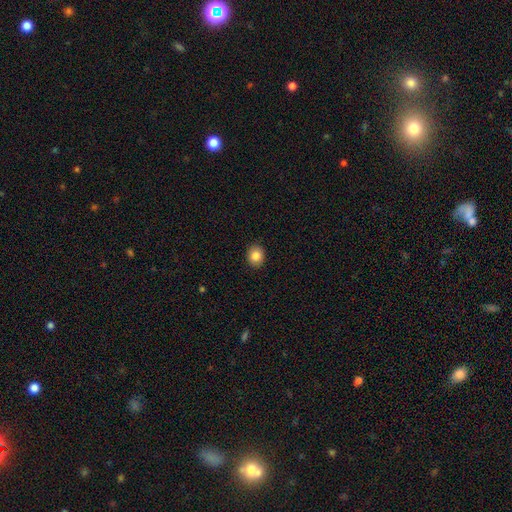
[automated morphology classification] smooth-or-featured: smooth: 85% | star or artifact: 9% | featured or disk: 6%
  how-rounded: round: 61% | in between: 38% | cigar-shaped: 1%
  merging: none: 91% | minor disturbance: 6% | major disturbance: 2% | merger: 1%